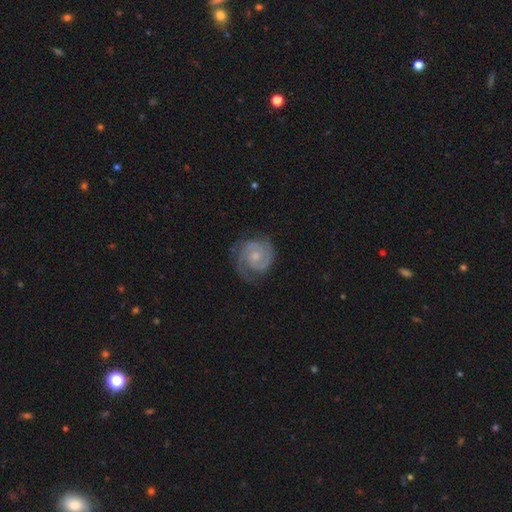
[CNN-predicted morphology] A featured or disk galaxy (87%) with no bar (68%), 2 (69%) tight (65%) spiral arms (97%) and a small central bulge (49%).

Vote fractions:
- Smooth or featured? featured or disk: 87% / smooth: 8% / star or artifact: 5%
- Edge-on disk? no: 98% / yes: 2%
- Bar? no: 68% / weak: 28% / strong: 4%
- Spiral arms? yes: 97% / no: 3%
- Spiral winding? tight: 65% / medium: 29% / loose: 5%
- Spiral arm count? 2: 69% / 3: 12% / can't tell: 9% / 1: 5% / 4: 2% / more than 4: 2%
- Bulge size? small: 49% / moderate: 44% / none: 4% / large: 2% / dominant: 1%
- Merging? none: 73% / minor disturbance: 18% / major disturbance: 7% / merger: 1%